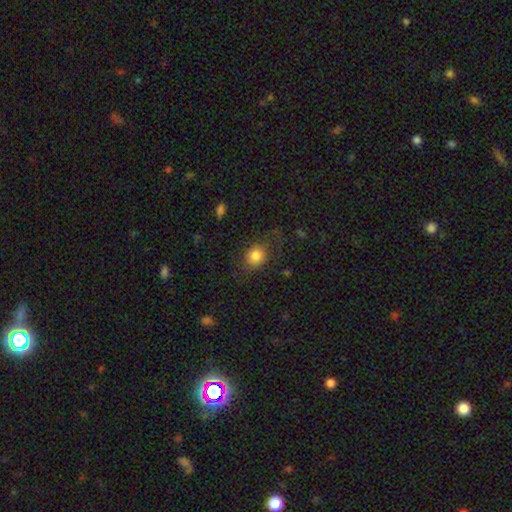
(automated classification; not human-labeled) Smooth or featured?
  - smooth: 81% *
  - star or artifact: 10%
  - featured or disk: 9%
How rounded?
  - round: 60% *
  - in between: 39%
  - cigar-shaped: 1%
Merging?
  - none: 67% *
  - minor disturbance: 18%
  - major disturbance: 13%
  - merger: 2%